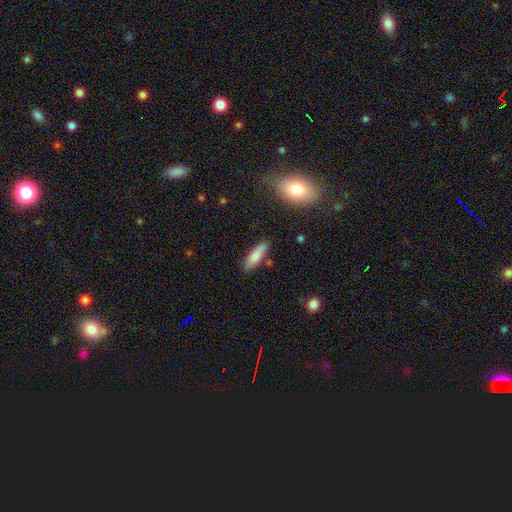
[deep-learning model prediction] Morphology: type=smooth (81%); roundness=cigar-shaped (53%); merging=none (76%).